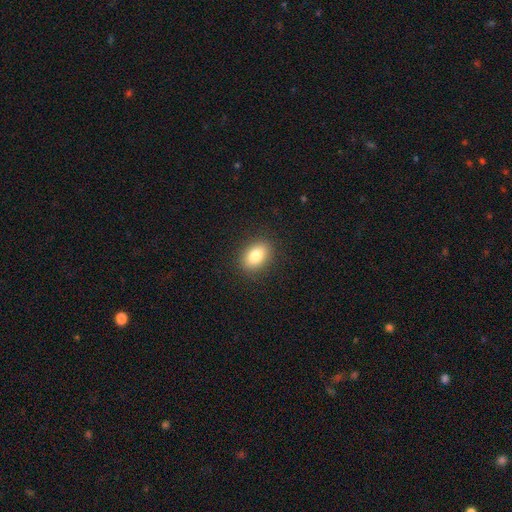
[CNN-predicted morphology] This is clearly a smooth galaxy (82%). How rounded: likely in between (76%). Merging: clearly none (89%).